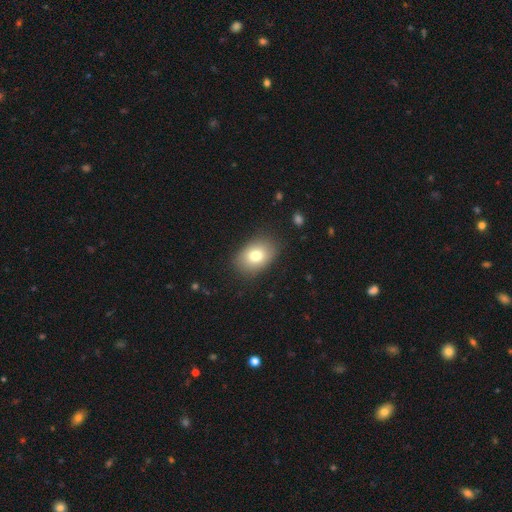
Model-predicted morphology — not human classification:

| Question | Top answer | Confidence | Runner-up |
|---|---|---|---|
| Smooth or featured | smooth | 76% | featured or disk (14%) |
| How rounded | in between | 76% | round (23%) |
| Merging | none | 84% | minor disturbance (11%) |